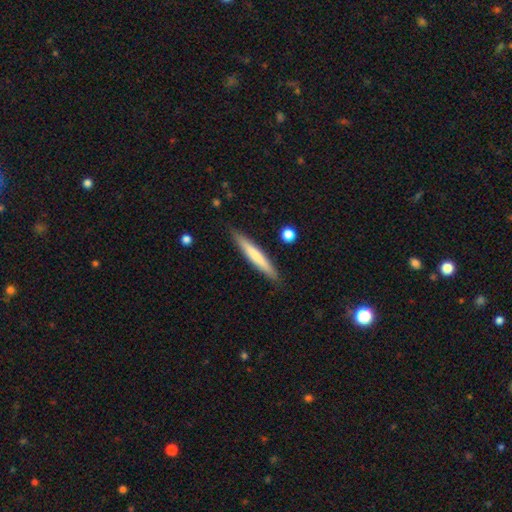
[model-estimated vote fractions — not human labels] A smooth galaxy with no disk features (63%) that is cigar-shaped (95%).

Vote fractions:
- Smooth or featured? smooth: 63% / featured or disk: 32% / star or artifact: 5%
- How rounded? cigar-shaped: 95% / in between: 4% / round: 1%
- Merging? none: 89% / minor disturbance: 8% / major disturbance: 2% / merger: 1%